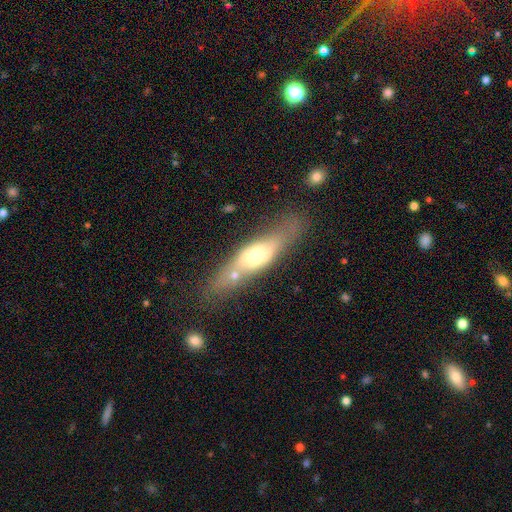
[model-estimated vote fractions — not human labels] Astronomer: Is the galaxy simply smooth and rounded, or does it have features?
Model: featured or disk — 48% (runner-up: smooth, 45%).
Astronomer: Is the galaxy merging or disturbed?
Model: none — 64%.